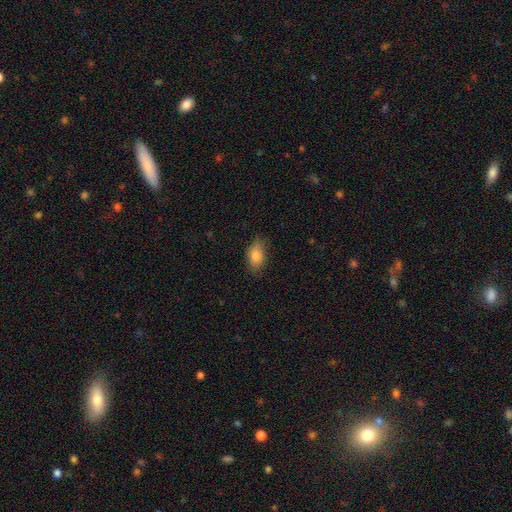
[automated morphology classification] Smooth or featured? Predicted: smooth (p=0.82). How rounded? Predicted: in between (p=0.88). Merging? Predicted: none (p=0.78).